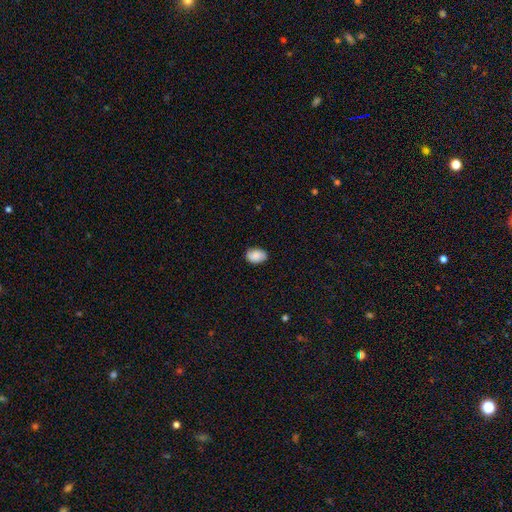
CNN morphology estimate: Smooth or featured? smooth (88%)
How rounded? in between (85%)
Merging? none (84%)